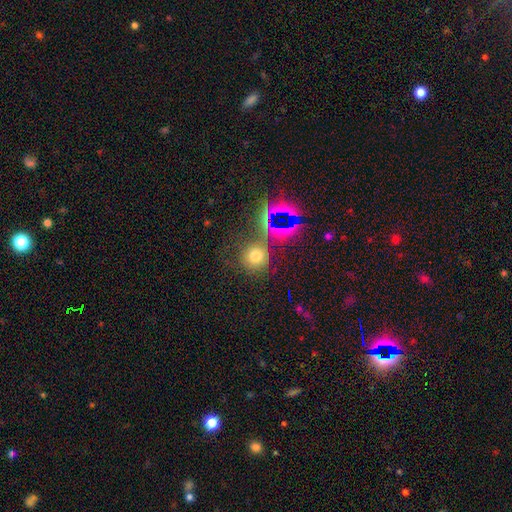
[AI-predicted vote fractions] smooth-or-featured: smooth: 64% | star or artifact: 26% | featured or disk: 10%
  how-rounded: round: 89% | in between: 10% | cigar-shaped: 1%
  merging: none: 72% | minor disturbance: 12% | merger: 9% | major disturbance: 7%